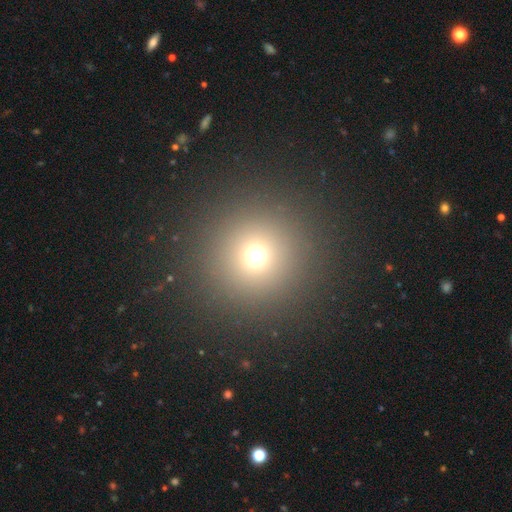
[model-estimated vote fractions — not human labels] A smooth galaxy with no disk features (69%) that is round (95%).

Vote fractions:
- Smooth or featured? smooth: 69% / star or artifact: 23% / featured or disk: 8%
- How rounded? round: 95% / in between: 4% / cigar-shaped: 1%
- Merging? none: 91% / minor disturbance: 5% / major disturbance: 3% / merger: 1%